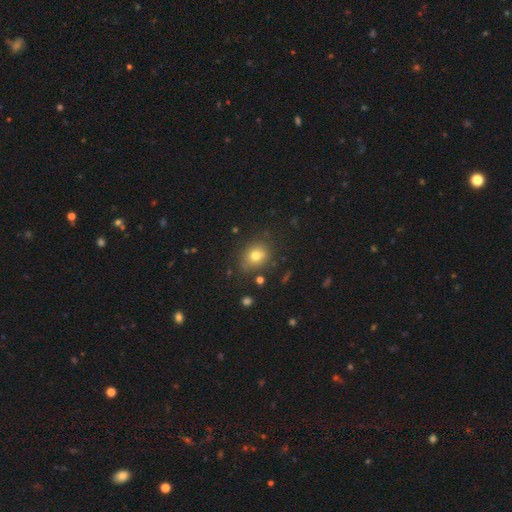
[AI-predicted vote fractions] This appears to be a smooth galaxy with no disk features (76%) that is round (63%). Merging: none (77%).